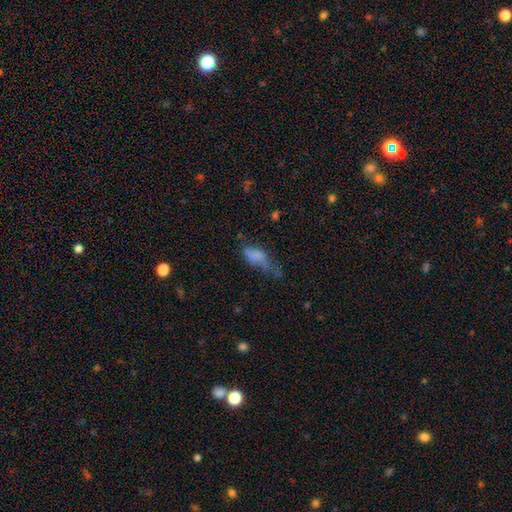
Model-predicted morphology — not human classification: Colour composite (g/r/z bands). It shows a smooth galaxy with no disk features (69%) that is in between round and cigar-shaped (83%). Merging: major disturbance (36%).